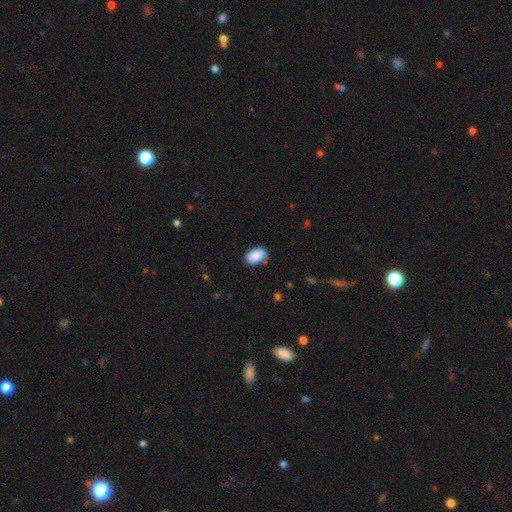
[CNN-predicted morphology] Smooth or featured? smooth (88%)
How rounded? in between (91%)
Merging? none (78%)